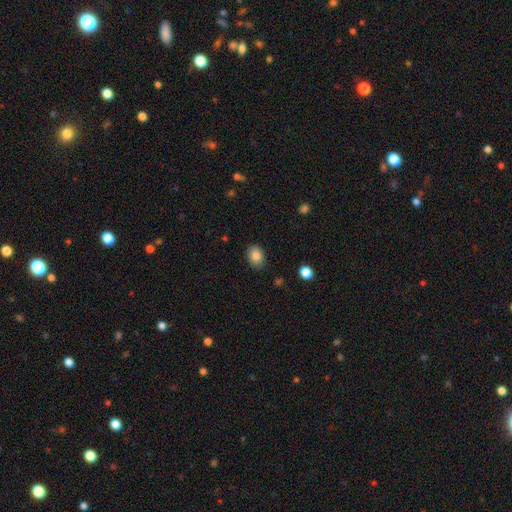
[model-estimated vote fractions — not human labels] Smooth or featured?
  - smooth: 85% *
  - star or artifact: 9%
  - featured or disk: 6%
How rounded?
  - in between: 68% *
  - round: 31%
  - cigar-shaped: 1%
Merging?
  - none: 85% *
  - minor disturbance: 11%
  - major disturbance: 3%
  - merger: 1%